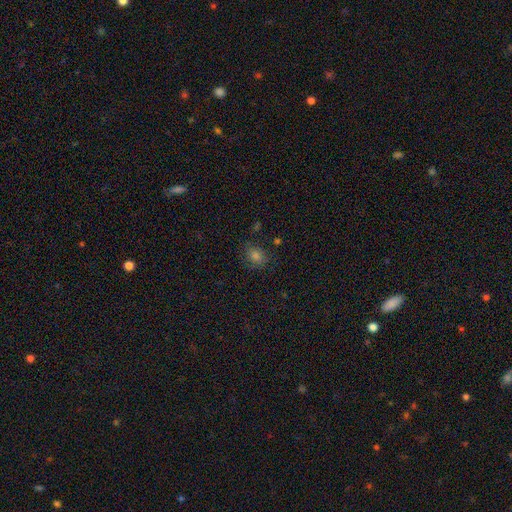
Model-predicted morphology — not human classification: Smooth or featured? Predicted: smooth (p=0.68). How rounded? Predicted: round (p=0.59). Merging? Predicted: none (p=0.78).